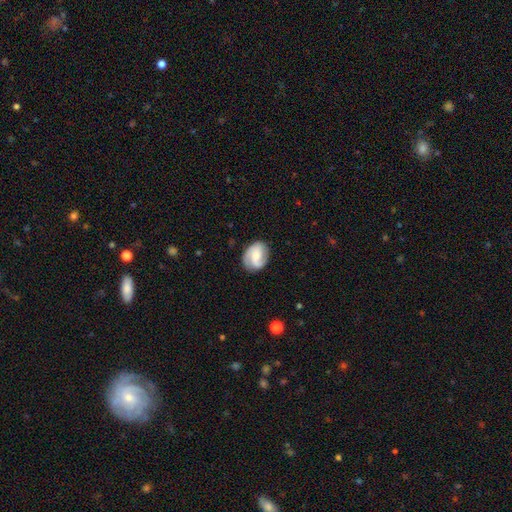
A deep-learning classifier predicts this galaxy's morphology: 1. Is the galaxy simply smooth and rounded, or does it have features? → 64% featured or disk, 29% smooth, 7% star or artifact.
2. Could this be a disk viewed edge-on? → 97% no, 3% yes.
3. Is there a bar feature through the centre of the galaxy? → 46% no, 42% weak, 12% strong.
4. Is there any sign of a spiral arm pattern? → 93% yes, 7% no.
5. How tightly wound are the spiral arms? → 43% medium, 35% tight, 23% loose.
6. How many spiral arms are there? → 66% 2, 11% can't tell, 10% 1, 9% 3, 2% 4, 2% more than 4.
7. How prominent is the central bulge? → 41% moderate, 33% small, 12% none, 12% large, 2% dominant.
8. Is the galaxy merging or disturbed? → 76% none, 17% minor disturbance, 6% major disturbance, 1% merger.